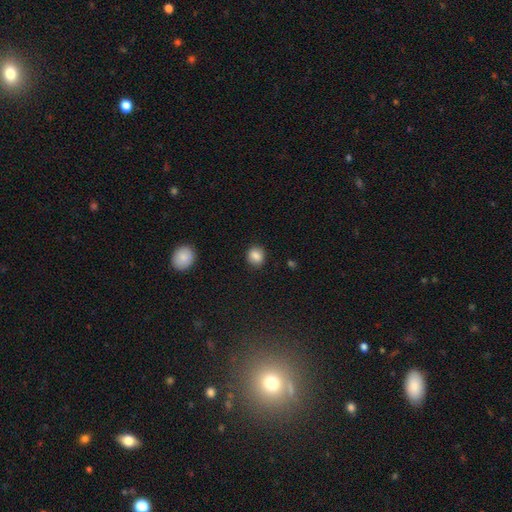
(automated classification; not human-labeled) This appears to be a smooth galaxy with no disk features (85%) that is round (77%). Merging: none (87%).